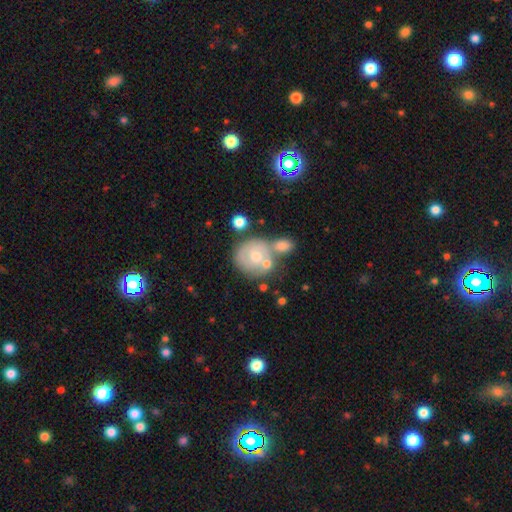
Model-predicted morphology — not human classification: A featured or disk galaxy (49%).

Vote fractions:
- Smooth or featured? featured or disk: 49% / smooth: 44% / star or artifact: 7%
- Merging? none: 45% / merger: 30% / minor disturbance: 17% / major disturbance: 8%